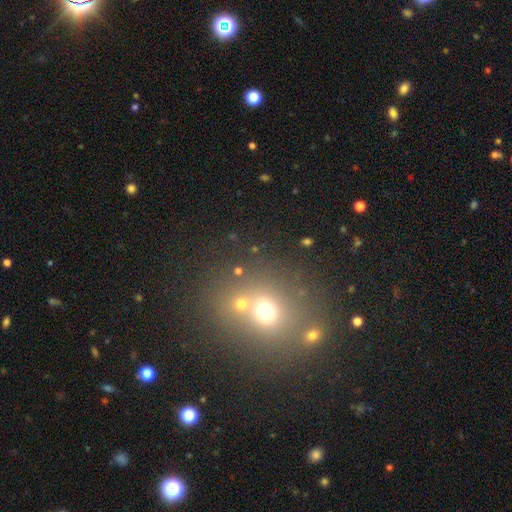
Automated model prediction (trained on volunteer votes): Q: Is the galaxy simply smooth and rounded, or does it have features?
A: smooth — 53%.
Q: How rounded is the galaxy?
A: round — 71%.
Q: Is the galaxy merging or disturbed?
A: none — 58%.